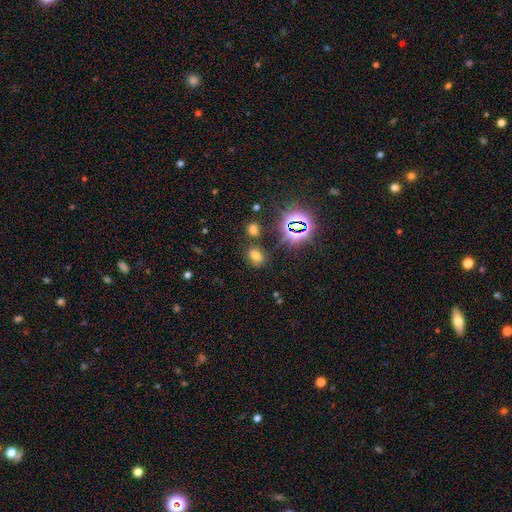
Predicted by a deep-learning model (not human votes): Overall: smooth (57%; star or artifact 33%). How rounded: in between (67%; round 31%). Merging: none (77%).